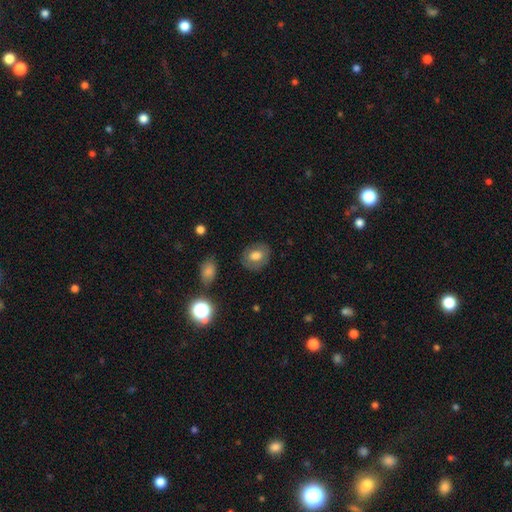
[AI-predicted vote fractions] Overall: smooth (69%). How rounded: round (50%; in between 49%). Merging: none (82%).